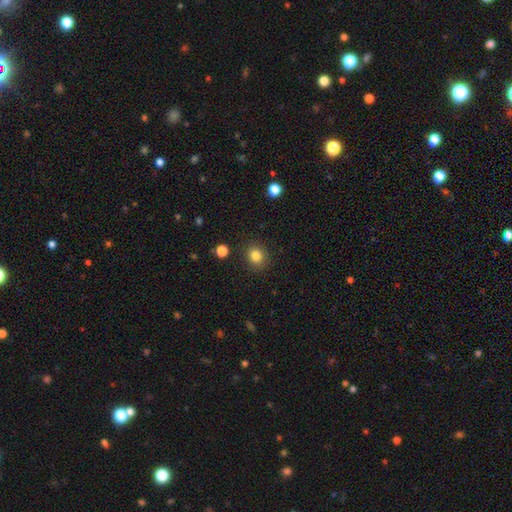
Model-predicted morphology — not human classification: The model was most divided on "how rounded": round: 76%, in between: 23%, cigar-shaped: 1%. More confident: merging — none (88%); smooth or featured — smooth (83%).